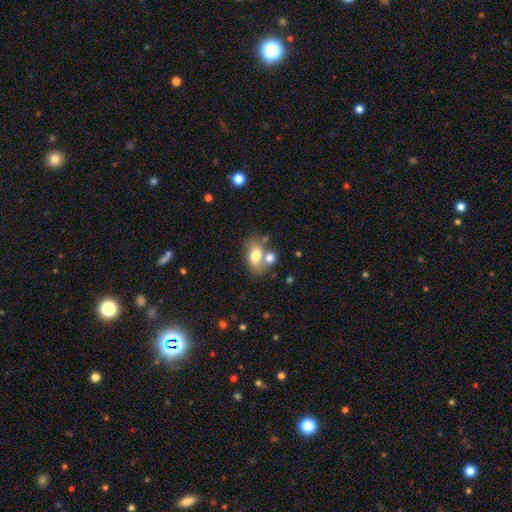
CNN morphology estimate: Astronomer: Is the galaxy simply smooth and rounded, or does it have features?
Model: smooth — 70%.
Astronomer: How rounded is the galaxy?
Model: in between — 83%.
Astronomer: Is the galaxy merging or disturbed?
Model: none — 48% (runner-up: merger, 32%).